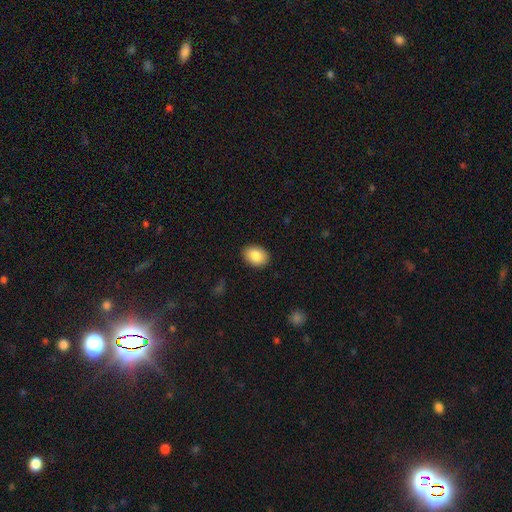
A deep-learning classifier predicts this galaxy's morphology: A smooth galaxy with no disk features (87%) that is in between round and cigar-shaped (71%). Merging: none (89%).